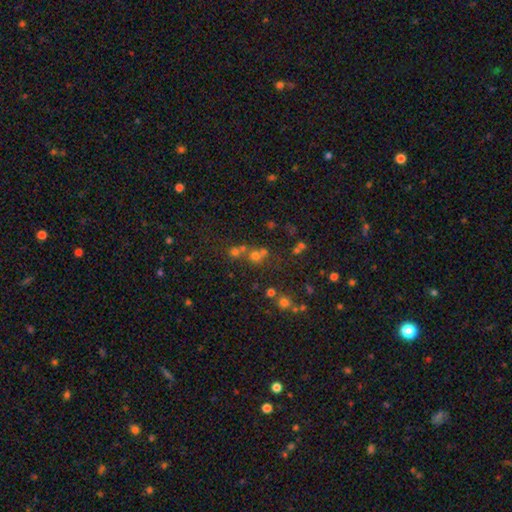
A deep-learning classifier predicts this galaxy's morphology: smooth-or-featured: smooth: 53% | star or artifact: 33% | featured or disk: 14%
  how-rounded: round: 86% | in between: 13% | cigar-shaped: 1%
  merging: none: 53% | merger: 34% | minor disturbance: 8% | major disturbance: 5%